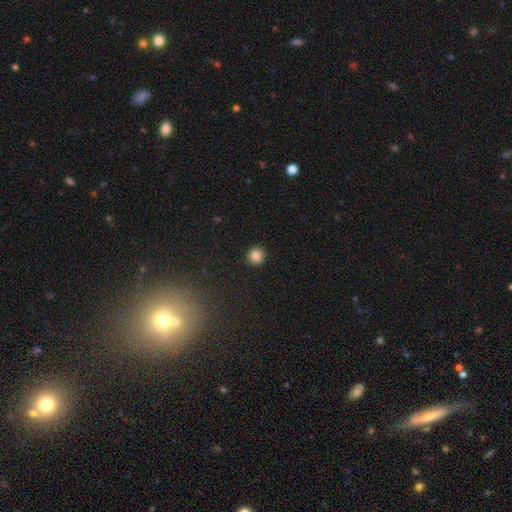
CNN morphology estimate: smooth 85%, star or artifact 11%, featured or disk 4%. Down the decision tree: how rounded — round (92%); merging — none (92%).